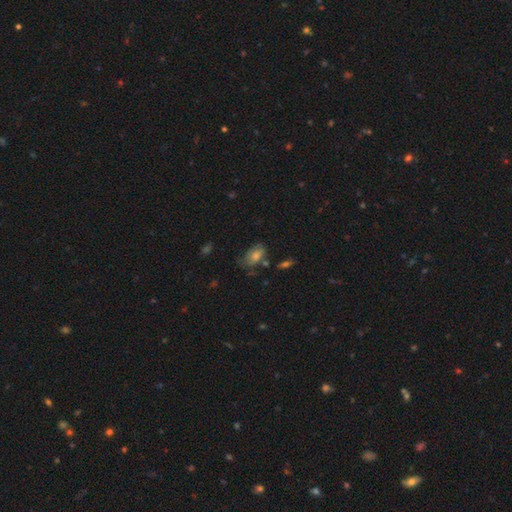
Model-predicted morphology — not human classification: smooth_or_featured: smooth (p=0.55) [alt: featured or disk p=0.28]
how_rounded: in between (p=0.86) [alt: round p=0.11]
merging: none (p=0.57) [alt: minor disturbance p=0.25]